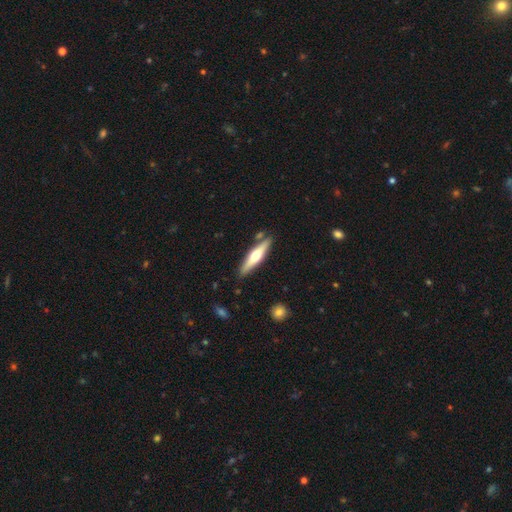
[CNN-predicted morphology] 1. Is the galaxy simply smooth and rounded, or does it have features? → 50% featured or disk, 45% smooth, 5% star or artifact.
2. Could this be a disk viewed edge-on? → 93% yes, 7% no.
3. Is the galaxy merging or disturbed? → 85% none, 10% minor disturbance, 4% merger, 2% major disturbance.